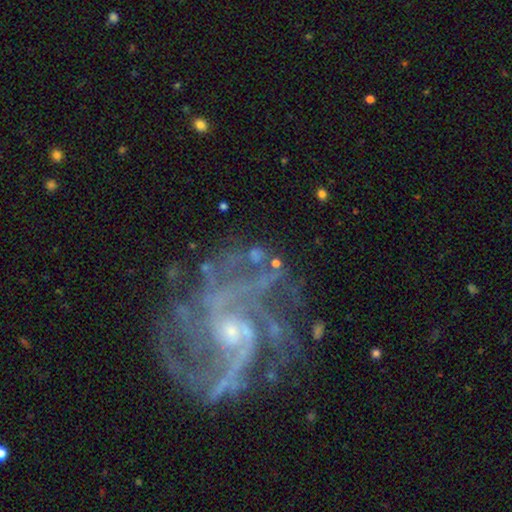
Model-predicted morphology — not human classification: Smooth or featured? featured or disk (77%)
Edge-on disk? no (97%)
Bar? no (62%)
Spiral arms? yes (92%)
Spiral winding? tight (55%)
Spiral arm count? can't tell (25%)
Bulge size? small (65%)
Merging? none (60%)